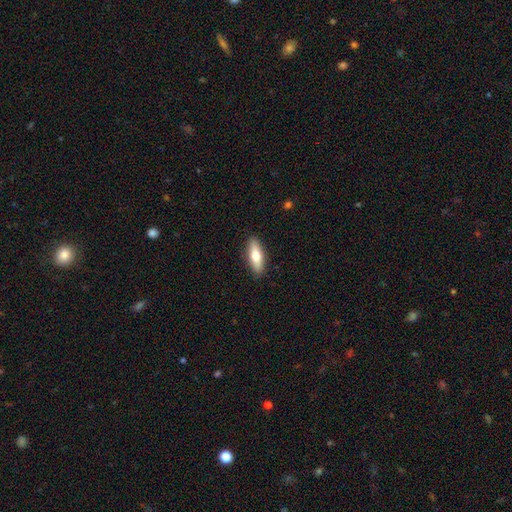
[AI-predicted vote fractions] The model was most divided on "how rounded": in between: 54%, cigar-shaped: 43%, round: 3%. More confident: merging — none (89%); smooth or featured — smooth (66%).